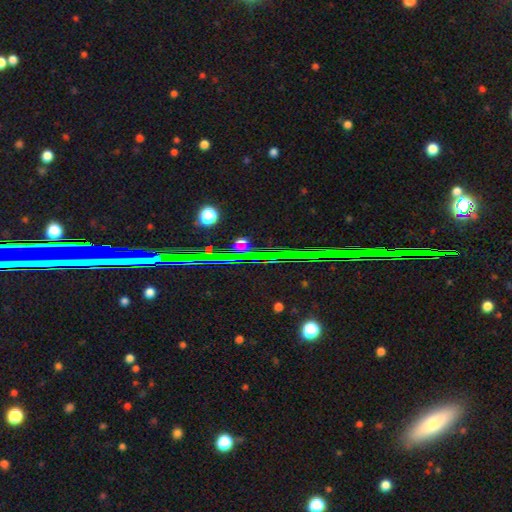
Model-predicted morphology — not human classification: star or artifact 76%, featured or disk 14%, smooth 10%.